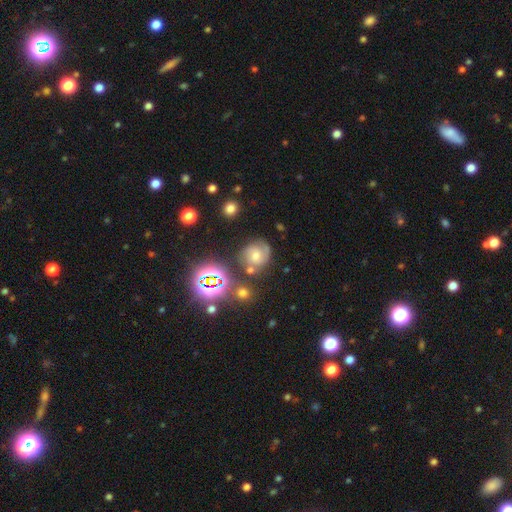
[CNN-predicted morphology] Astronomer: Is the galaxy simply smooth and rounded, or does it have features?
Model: featured or disk — 54%.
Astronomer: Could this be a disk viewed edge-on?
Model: no — 97%.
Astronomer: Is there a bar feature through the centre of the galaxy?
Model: no — 65%.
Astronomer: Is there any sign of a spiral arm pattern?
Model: yes — 89%.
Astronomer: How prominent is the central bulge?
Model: moderate — 56%.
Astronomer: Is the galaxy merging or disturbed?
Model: none — 66%.